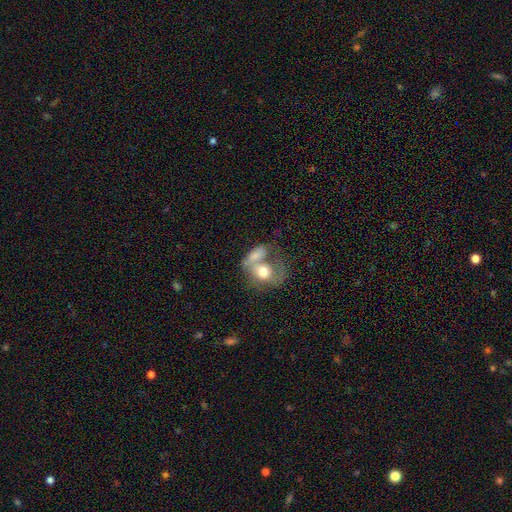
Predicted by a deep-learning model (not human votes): A smooth galaxy with no disk features (57%) that is in between round and cigar-shaped (69%).

Vote fractions:
- Smooth or featured? smooth: 57% / featured or disk: 35% / star or artifact: 8%
- How rounded? in between: 69% / round: 28% / cigar-shaped: 3%
- Merging? merger: 64% / none: 15% / major disturbance: 13% / minor disturbance: 8%